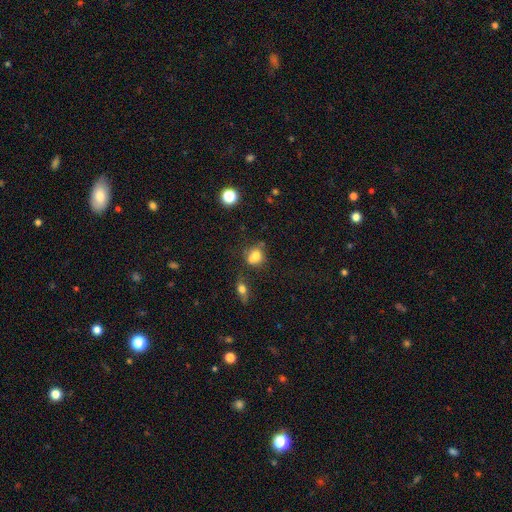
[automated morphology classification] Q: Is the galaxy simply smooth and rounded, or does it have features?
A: smooth — 72%.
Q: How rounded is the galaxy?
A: round — 66%.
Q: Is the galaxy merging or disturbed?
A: none — 47%.